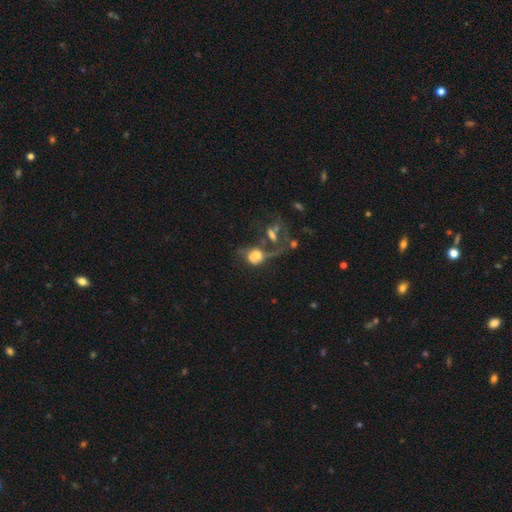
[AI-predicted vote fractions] This appears to be a featured or disk galaxy (43%, tied with smooth). Merging: merger (55%).